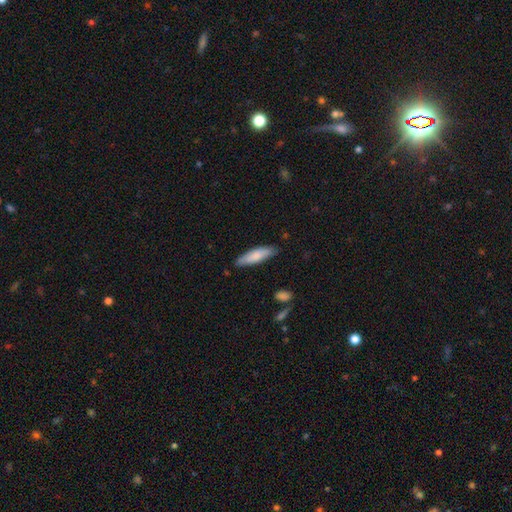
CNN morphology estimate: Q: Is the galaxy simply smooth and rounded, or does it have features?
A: smooth — 78%.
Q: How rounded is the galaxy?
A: cigar-shaped — 64%.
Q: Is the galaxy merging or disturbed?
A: none — 82%.